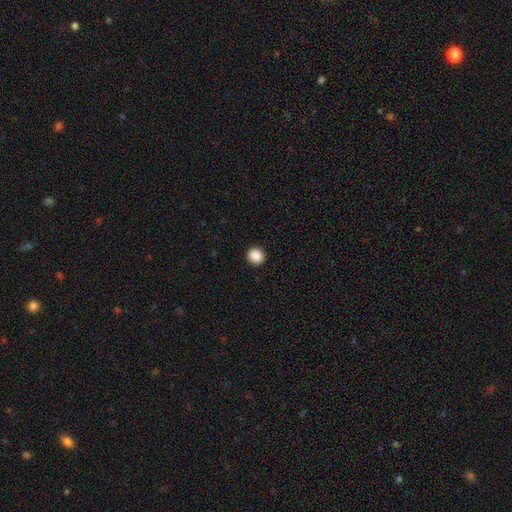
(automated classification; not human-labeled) A smooth galaxy with no disk features (89%) that is round (87%).

Vote fractions:
- Smooth or featured? smooth: 89% / star or artifact: 9% / featured or disk: 2%
- How rounded? round: 87% / in between: 12% / cigar-shaped: 1%
- Merging? none: 93% / minor disturbance: 5% / major disturbance: 2% / merger: 1%